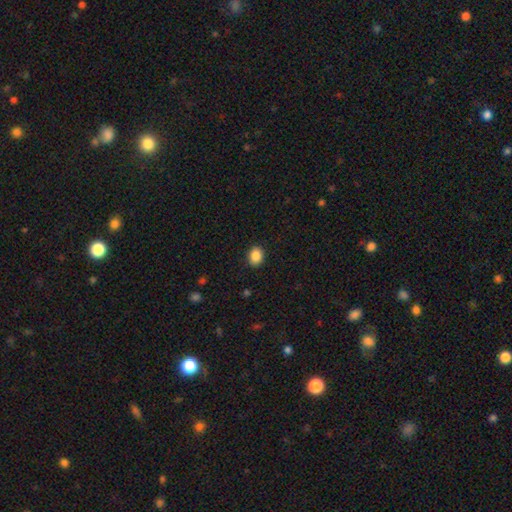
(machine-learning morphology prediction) Smooth or featured: smooth — 88% (star or artifact — 8%)
How rounded: in between — 60% (round — 39%)
Merging: none — 88% (minor disturbance — 8%)